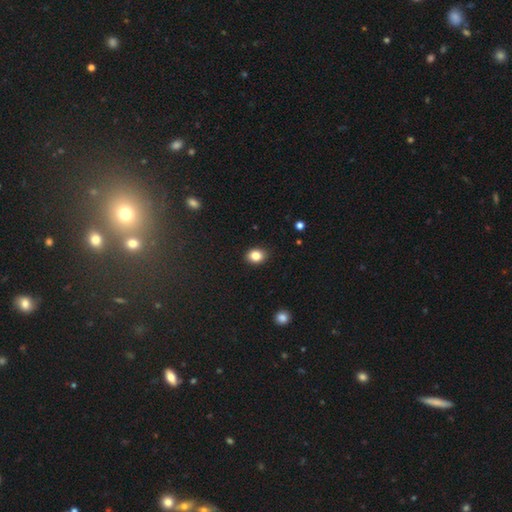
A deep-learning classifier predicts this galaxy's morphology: smooth_or_featured: smooth (p=0.85) [alt: star or artifact p=0.10]
how_rounded: in between (p=0.57) [alt: round p=0.42]
merging: none (p=0.89) [alt: minor disturbance p=0.08]